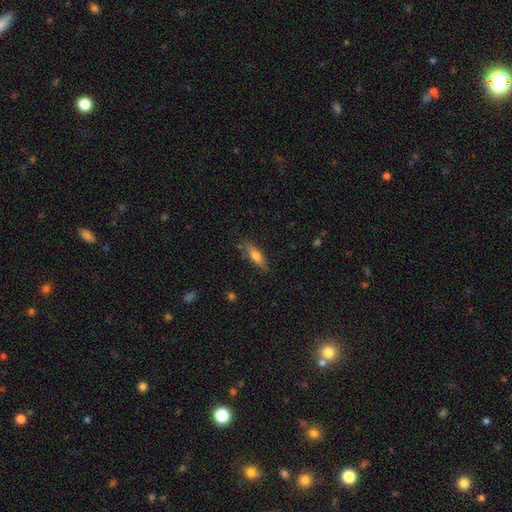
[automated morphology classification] Smooth or featured: smooth — 65% (featured or disk — 28%)
How rounded: cigar-shaped — 59% (in between — 39%)
Merging: none — 80% (minor disturbance — 15%)